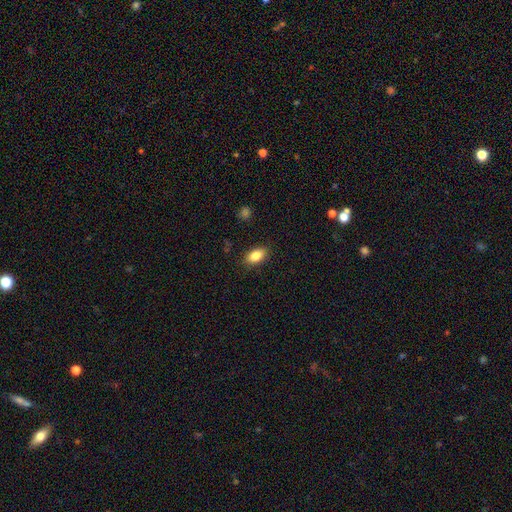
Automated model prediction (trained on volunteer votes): This appears to be a smooth galaxy with no disk features (85%) that is in between round and cigar-shaped (91%). Merging: none (87%).